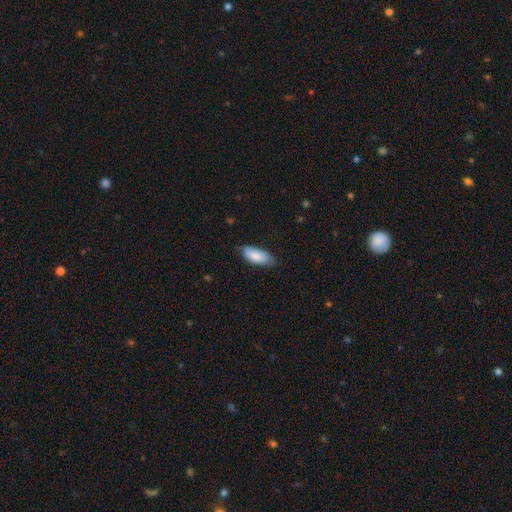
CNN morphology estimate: smooth_or_featured: smooth (p=0.85) [alt: featured or disk p=0.09]
how_rounded: in between (p=0.87) [alt: cigar-shaped p=0.11]
merging: none (p=0.69) [alt: minor disturbance p=0.26]